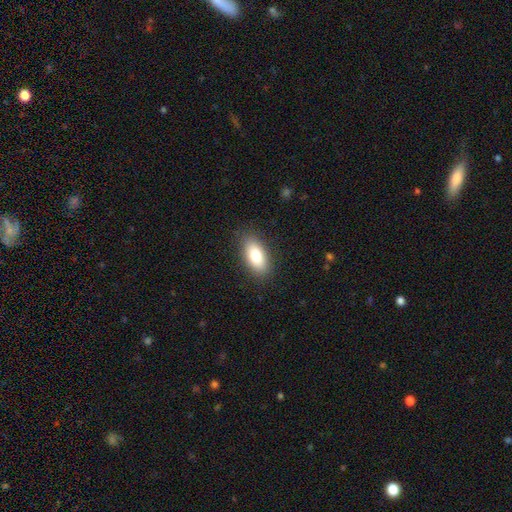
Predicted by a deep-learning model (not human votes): This is likely a smooth galaxy (80%). How rounded: clearly in between (88%). Merging: clearly none (87%).